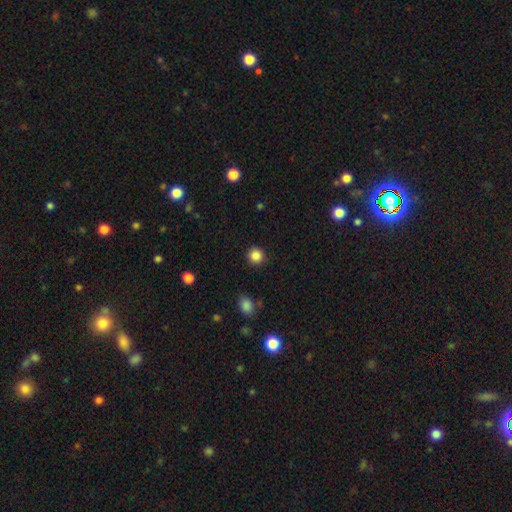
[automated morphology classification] Smooth or featured?
  - smooth: 86% *
  - star or artifact: 11%
  - featured or disk: 4%
How rounded?
  - round: 94% *
  - in between: 5%
  - cigar-shaped: 1%
Merging?
  - none: 91% *
  - minor disturbance: 6%
  - major disturbance: 2%
  - merger: 1%